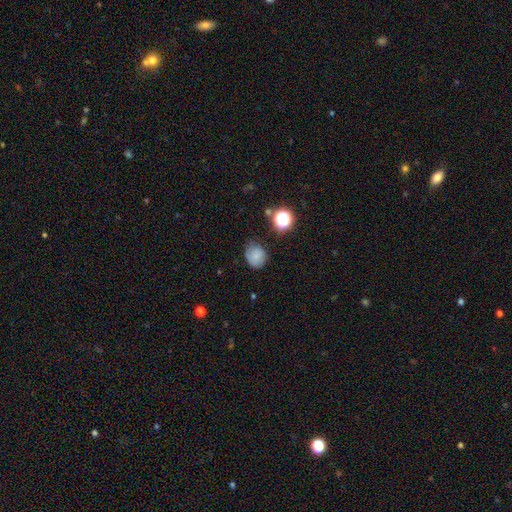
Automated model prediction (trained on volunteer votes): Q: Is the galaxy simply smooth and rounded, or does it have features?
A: smooth — 75%.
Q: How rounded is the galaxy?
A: round — 72%.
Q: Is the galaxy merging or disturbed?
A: none — 63%.